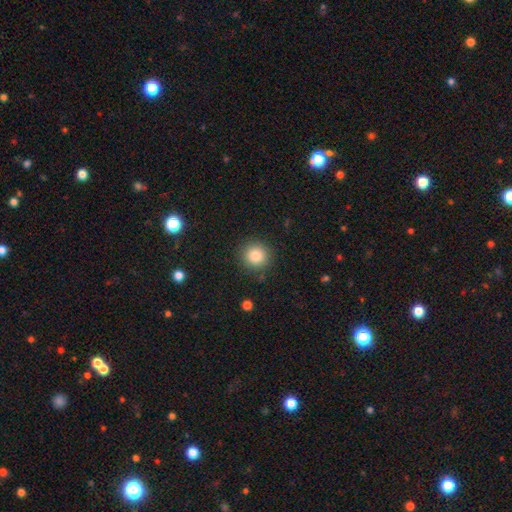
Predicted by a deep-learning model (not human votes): This is clearly a smooth galaxy (83%). How rounded: clearly round (93%). Merging: clearly none (89%).